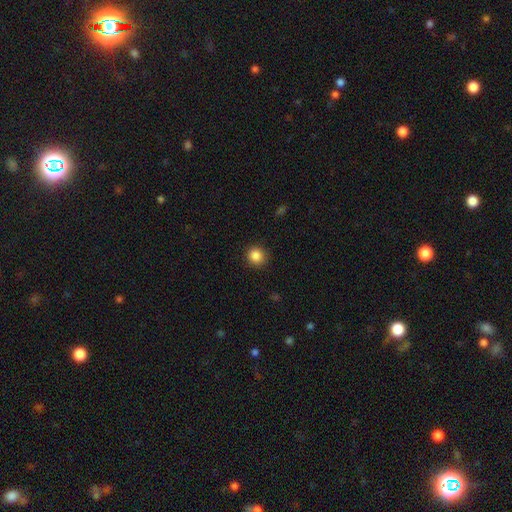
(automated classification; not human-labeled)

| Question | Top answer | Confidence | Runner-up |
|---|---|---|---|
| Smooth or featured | smooth | 86% | star or artifact (10%) |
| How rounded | round | 91% | in between (8%) |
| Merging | none | 91% | minor disturbance (6%) |